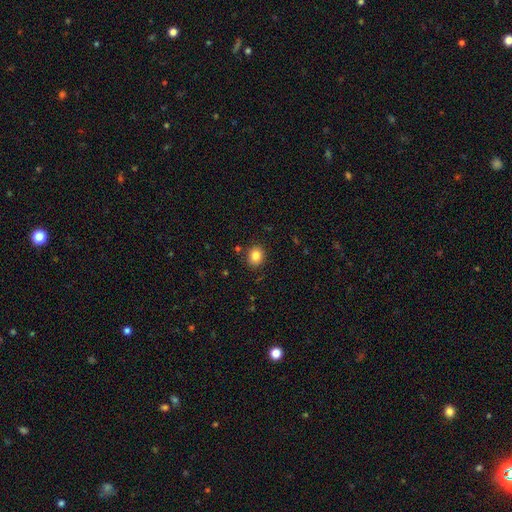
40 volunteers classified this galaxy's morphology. Smooth or featured? 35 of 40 (88%) said smooth. How rounded? 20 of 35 (57%) said round. Merging? 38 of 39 (97%) said none.